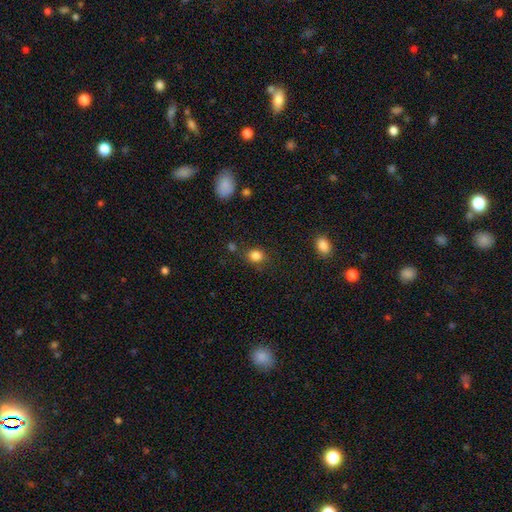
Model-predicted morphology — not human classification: A smooth galaxy with no disk features (84%) that is round (64%). Merging: none (77%).